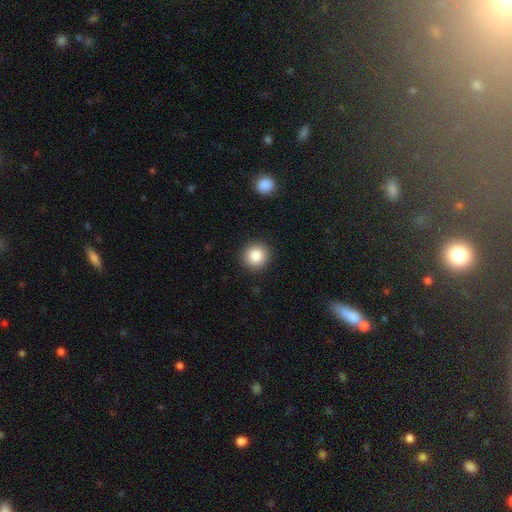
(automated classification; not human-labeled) This is clearly a smooth galaxy (86%). How rounded: clearly round (93%). Merging: clearly none (92%).